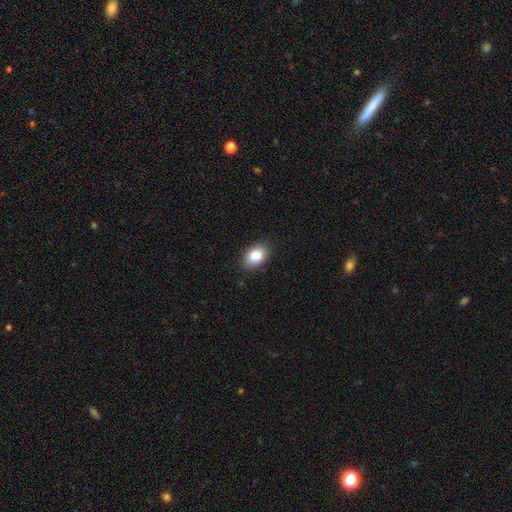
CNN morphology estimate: smooth-or-featured: smooth: 83% | featured or disk: 9% | star or artifact: 8%
  how-rounded: in between: 83% | round: 16% | cigar-shaped: 1%
  merging: none: 88% | minor disturbance: 9% | major disturbance: 2% | merger: 1%